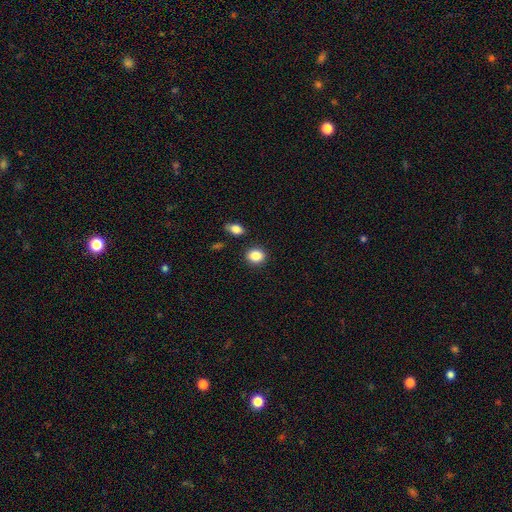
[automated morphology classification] smooth 86%, star or artifact 9%, featured or disk 5%. Down the decision tree: how rounded — round (63%); merging — none (87%).